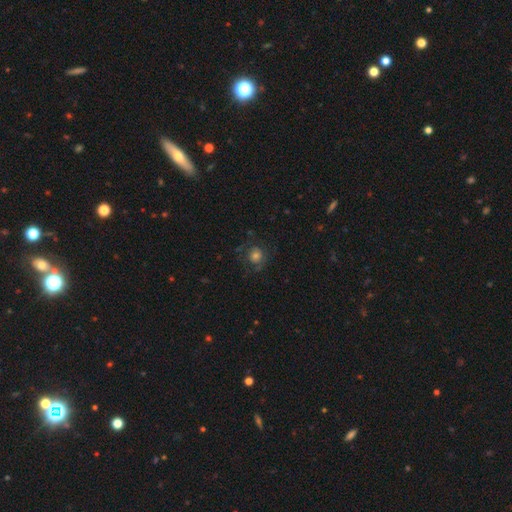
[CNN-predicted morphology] The model was most divided on "smooth or featured": smooth: 52%, featured or disk: 33%, star or artifact: 15%. More confident: how rounded — round (83%); merging — none (66%).